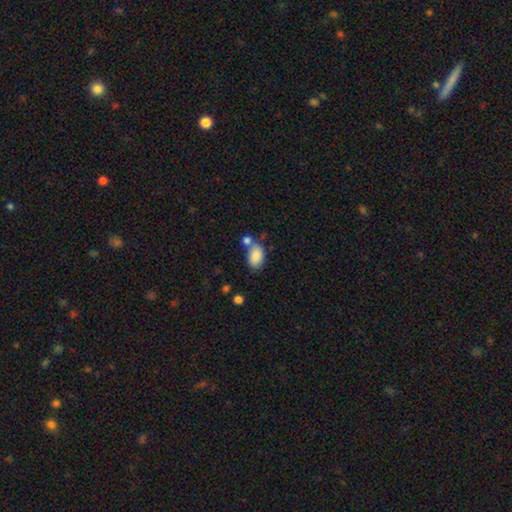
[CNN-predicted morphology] Q: Smooth or featured?
A: smooth (85%); runner-up: featured or disk (8%)
Q: How rounded?
A: in between (90%); runner-up: round (9%)
Q: Merging?
A: none (52%); runner-up: merger (27%)